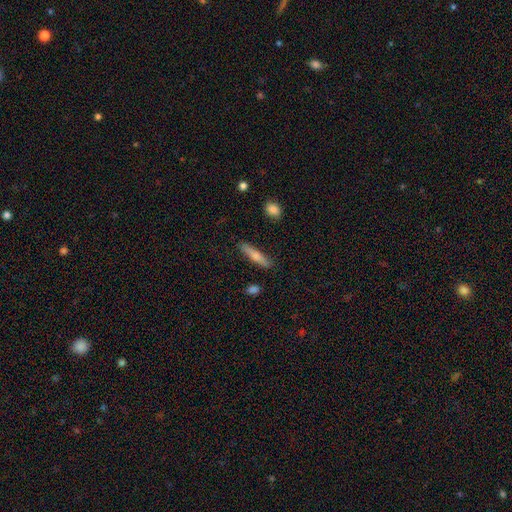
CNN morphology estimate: smooth-or-featured: smooth: 69% | featured or disk: 25% | star or artifact: 6%
  how-rounded: cigar-shaped: 84% | in between: 14% | round: 2%
  merging: none: 86% | minor disturbance: 10% | major disturbance: 2% | merger: 2%